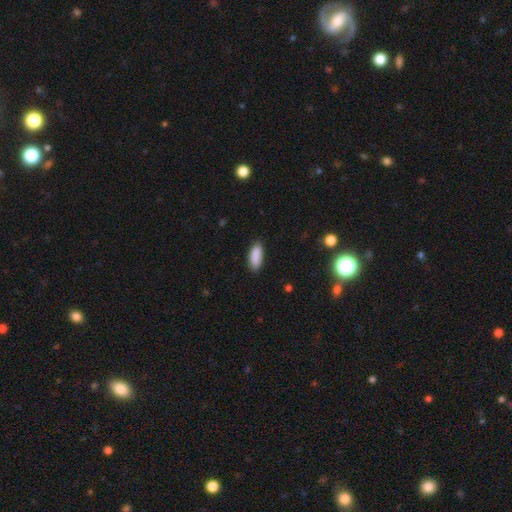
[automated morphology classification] The model was most divided on "how rounded": in between: 78%, cigar-shaped: 20%, round: 2%. More confident: smooth or featured — smooth (89%); merging — none (83%).